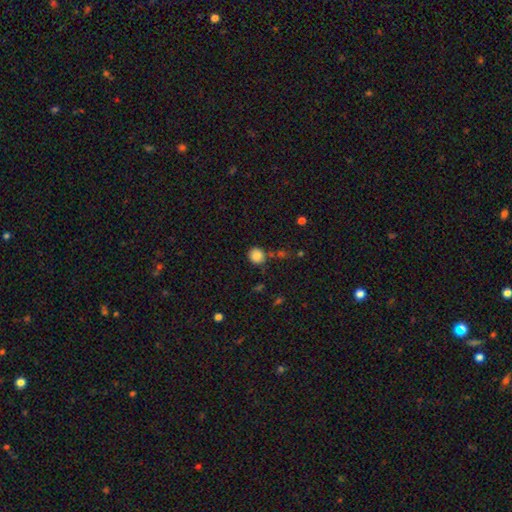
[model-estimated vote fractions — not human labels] Smooth or featured?
  - smooth: 86% *
  - star or artifact: 10%
  - featured or disk: 4%
How rounded?
  - round: 82% *
  - in between: 17%
  - cigar-shaped: 1%
Merging?
  - none: 78% *
  - minor disturbance: 12%
  - merger: 6%
  - major disturbance: 3%